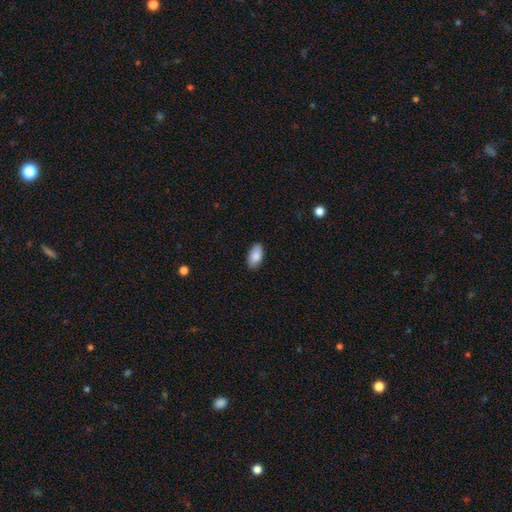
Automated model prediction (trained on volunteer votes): The model was most divided on "merging": none: 88%, minor disturbance: 9%, major disturbance: 2%, merger: 1%. More confident: how rounded — in between (94%); smooth or featured — smooth (86%).